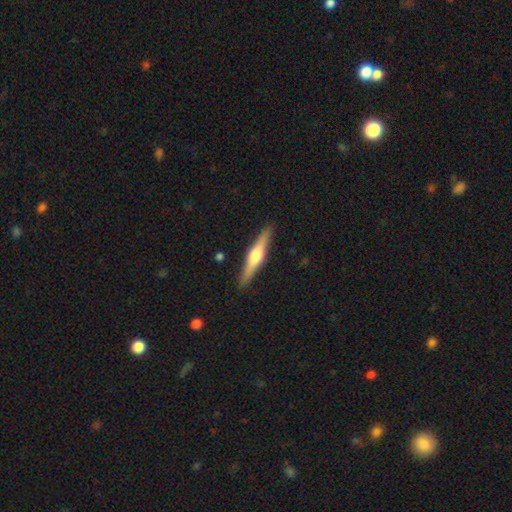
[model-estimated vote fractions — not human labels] The model was most divided on "smooth or featured": featured or disk: 60%, smooth: 35%, star or artifact: 5%. More confident: edge-on disk — yes (96%); merging — none (90%); edge-on bulge — rounded (90%).